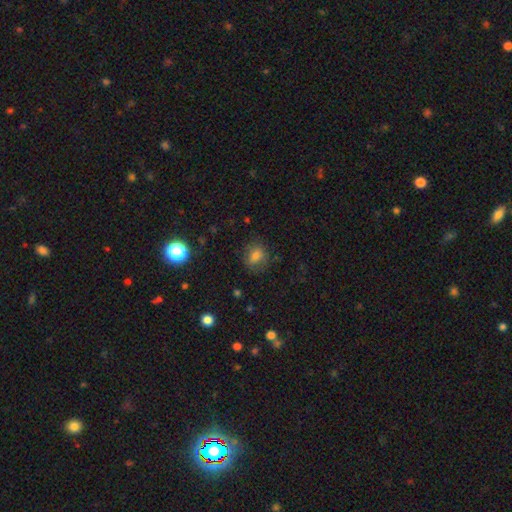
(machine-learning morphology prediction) A smooth galaxy with no disk features (74%) that is round (63%).

Vote fractions:
- Smooth or featured? smooth: 74% / star or artifact: 14% / featured or disk: 12%
- How rounded? round: 63% / in between: 36% / cigar-shaped: 1%
- Merging? none: 74% / minor disturbance: 18% / major disturbance: 8% / merger: 1%